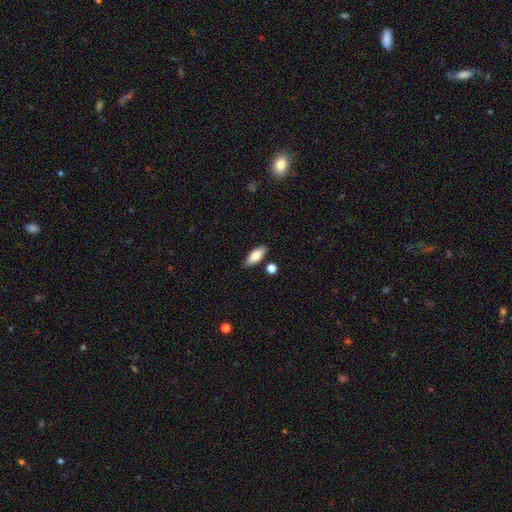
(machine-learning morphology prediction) Smooth or featured: smooth — 80% (featured or disk — 13%)
How rounded: in between — 80% (cigar-shaped — 17%)
Merging: none — 80% (minor disturbance — 13%)